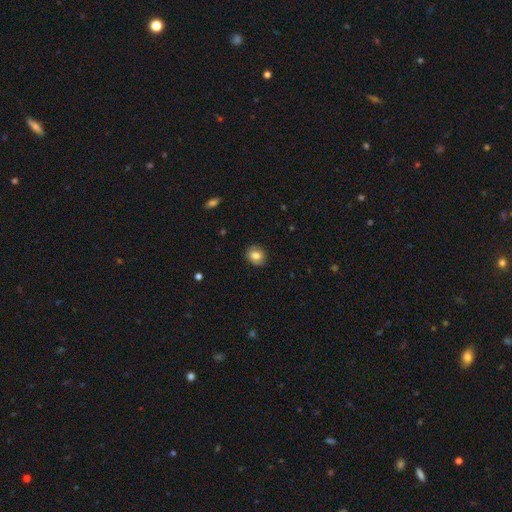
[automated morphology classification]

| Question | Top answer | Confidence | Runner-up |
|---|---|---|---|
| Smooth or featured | smooth | 77% | featured or disk (14%) |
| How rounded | round | 60% | in between (39%) |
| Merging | none | 85% | minor disturbance (11%) |